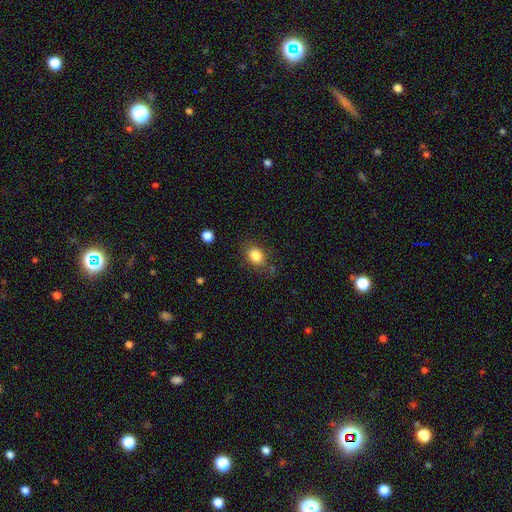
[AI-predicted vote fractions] Overall: smooth (84%). How rounded: in between (59%; round 40%). Merging: none (77%).